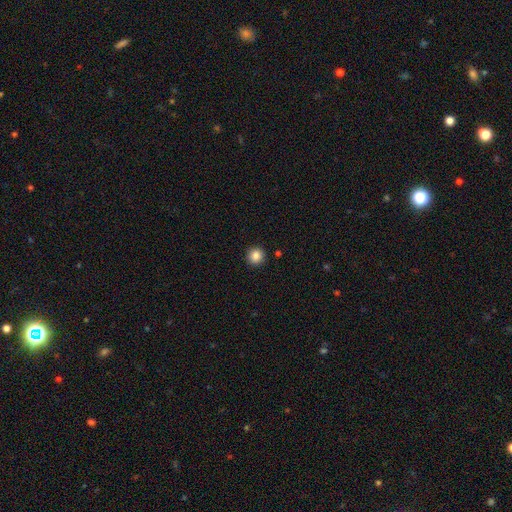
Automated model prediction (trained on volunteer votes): Overall: smooth (86%). How rounded: round (94%). Merging: none (93%).